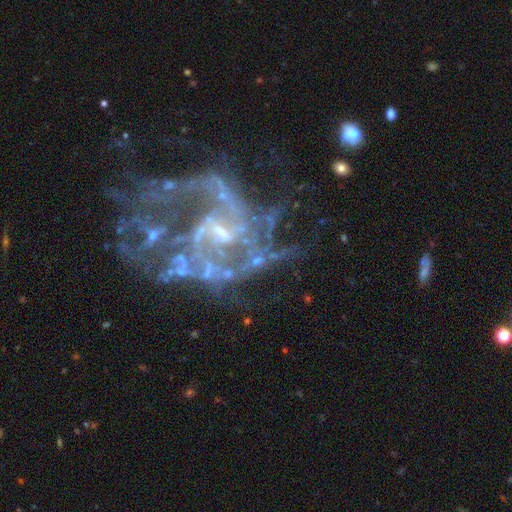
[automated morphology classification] A featured or disk galaxy (86%) with a weak bar (49%), 2 (35%) medium (46%) spiral arms (88%) and a small central bulge (58%).

Vote fractions:
- Smooth or featured? featured or disk: 86% / star or artifact: 10% / smooth: 4%
- Edge-on disk? no: 98% / yes: 2%
- Bar? weak: 49% / no: 32% / strong: 19%
- Spiral arms? yes: 88% / no: 12%
- Spiral winding? medium: 46% / loose: 33% / tight: 21%
- Spiral arm count? 2: 35% / can't tell: 26% / 3: 16% / 1: 8% / 4: 8% / more than 4: 7%
- Bulge size? small: 58% / none: 22% / moderate: 17% / large: 1% / dominant: 1%
- Merging? major disturbance: 38% / none: 35% / minor disturbance: 17% / merger: 10%